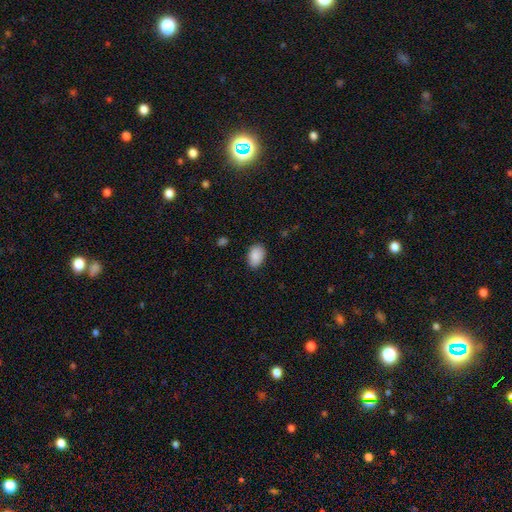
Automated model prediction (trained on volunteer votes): Overall: smooth (89%). How rounded: in between (86%). Merging: none (84%).